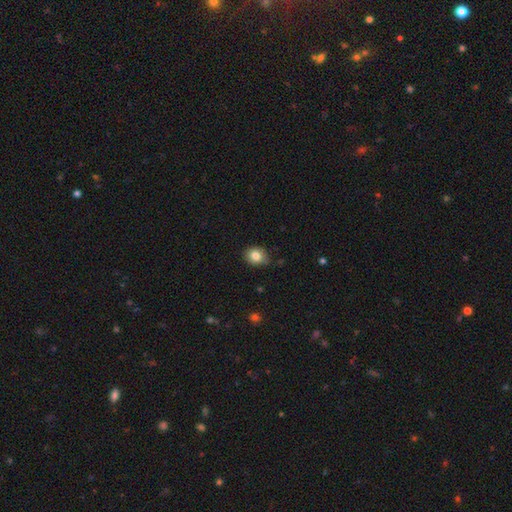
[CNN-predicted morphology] This appears to be a smooth galaxy with no disk features (82%) that is round (65%). Merging: none (76%).